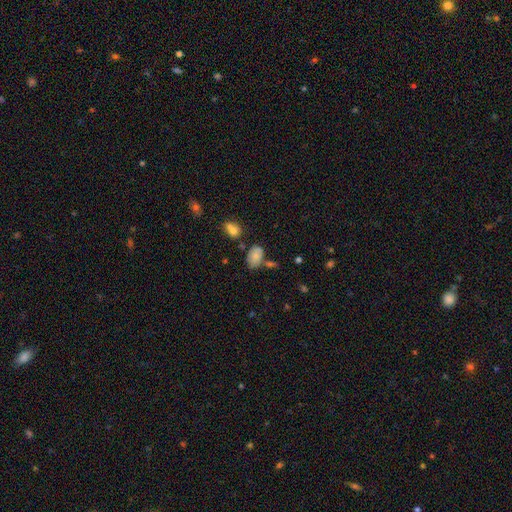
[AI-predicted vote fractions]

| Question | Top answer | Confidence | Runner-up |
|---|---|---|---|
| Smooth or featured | smooth | 75% | featured or disk (15%) |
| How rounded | in between | 86% | round (13%) |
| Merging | none | 57% | minor disturbance (21%) |